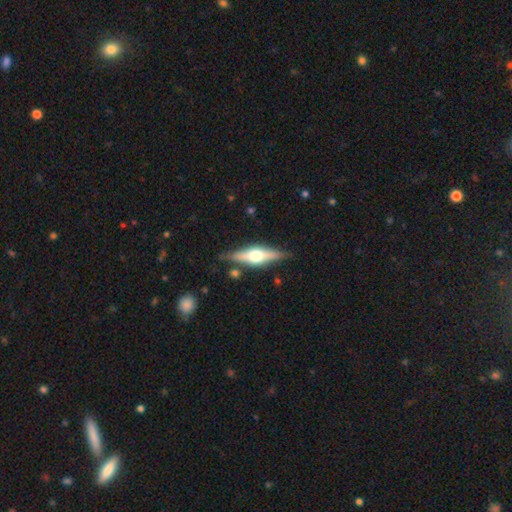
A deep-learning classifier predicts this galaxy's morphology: The model was most divided on "smooth or featured": featured or disk: 68%, smooth: 27%, star or artifact: 6%. More confident: edge-on disk — yes (96%); edge-on bulge — rounded (91%); merging — none (83%).